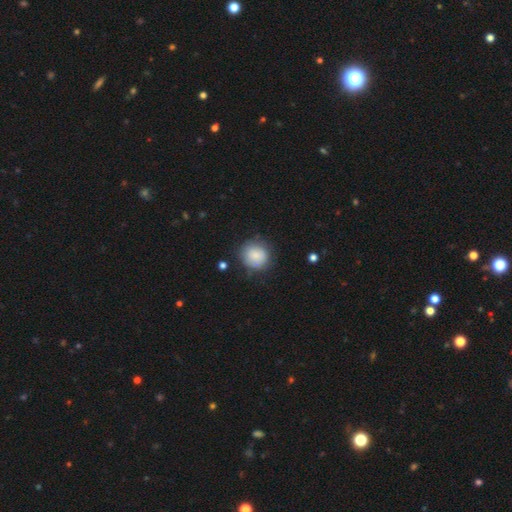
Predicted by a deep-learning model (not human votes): smooth_or_featured: smooth (p=0.84) [alt: featured or disk p=0.09]
how_rounded: round (p=0.85) [alt: in between p=0.14]
merging: none (p=0.77) [alt: minor disturbance p=0.16]